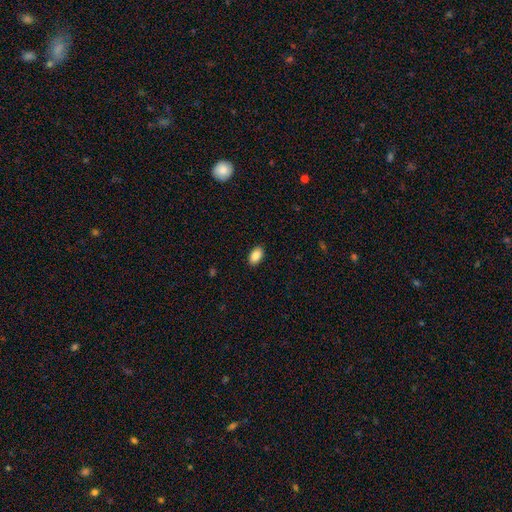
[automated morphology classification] A smooth galaxy with no disk features (88%) that is in between round and cigar-shaped (93%). Merging: none (90%).